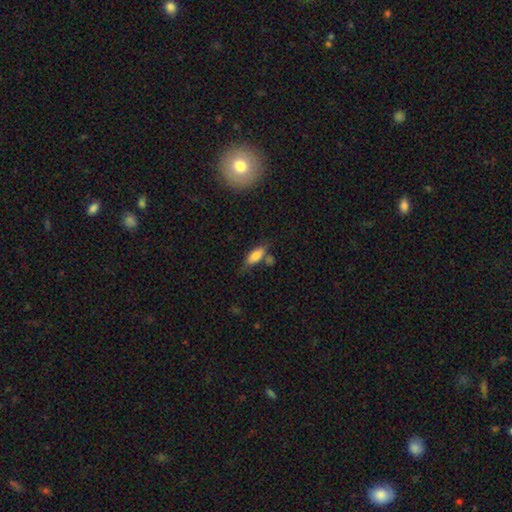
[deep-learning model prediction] smooth 76%, featured or disk 16%, star or artifact 8%. Down the decision tree: how rounded — in between (72%); merging — none (60%).